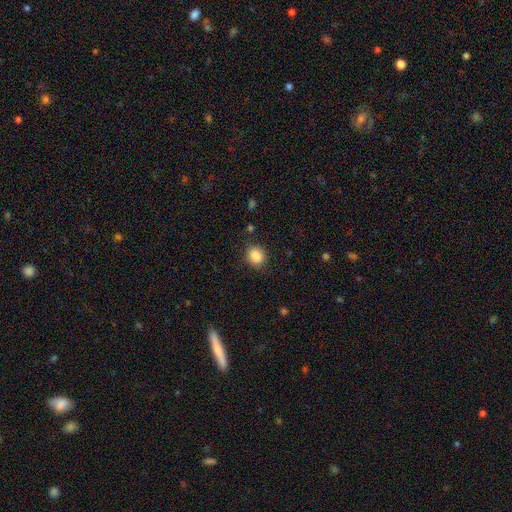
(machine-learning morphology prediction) Q: Smooth or featured?
A: smooth (87%); runner-up: star or artifact (9%)
Q: How rounded?
A: round (71%); runner-up: in between (28%)
Q: Merging?
A: none (84%); runner-up: minor disturbance (11%)